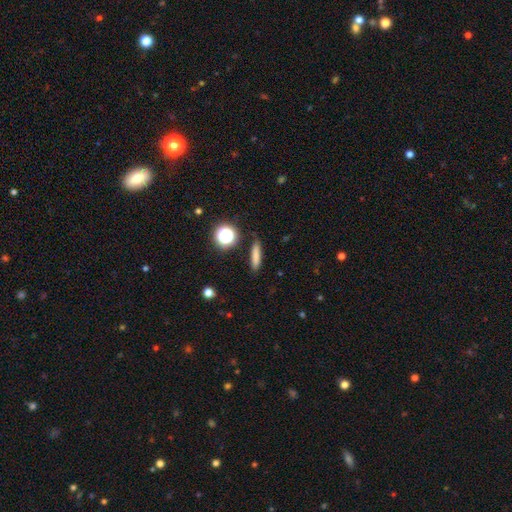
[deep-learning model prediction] smooth_or_featured: smooth (p=0.77) [alt: star or artifact p=0.12]
how_rounded: cigar-shaped (p=0.81) [alt: in between p=0.13]
merging: none (p=0.86) [alt: minor disturbance p=0.09]